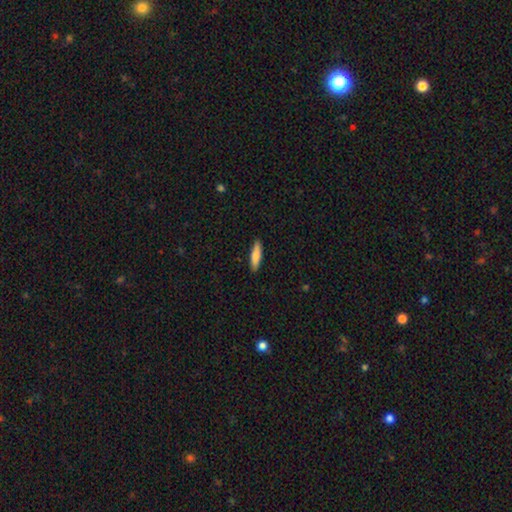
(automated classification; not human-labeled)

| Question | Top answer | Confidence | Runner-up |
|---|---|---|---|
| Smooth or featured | smooth | 79% | featured or disk (16%) |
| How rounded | cigar-shaped | 72% | in between (26%) |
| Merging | none | 90% | minor disturbance (7%) |